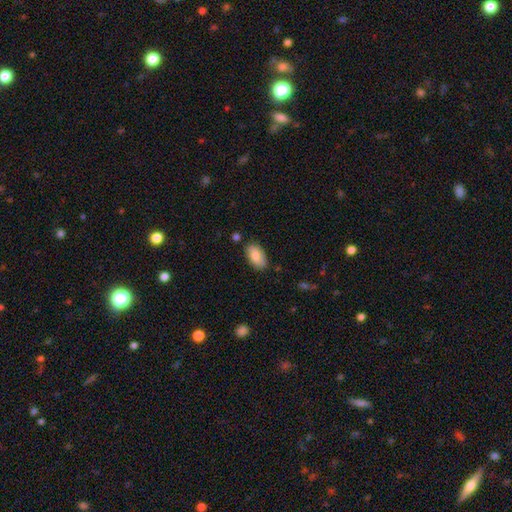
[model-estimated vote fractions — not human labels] Q: Smooth or featured?
A: smooth (81%); runner-up: featured or disk (13%)
Q: How rounded?
A: in between (94%); runner-up: round (4%)
Q: Merging?
A: none (81%); runner-up: minor disturbance (14%)